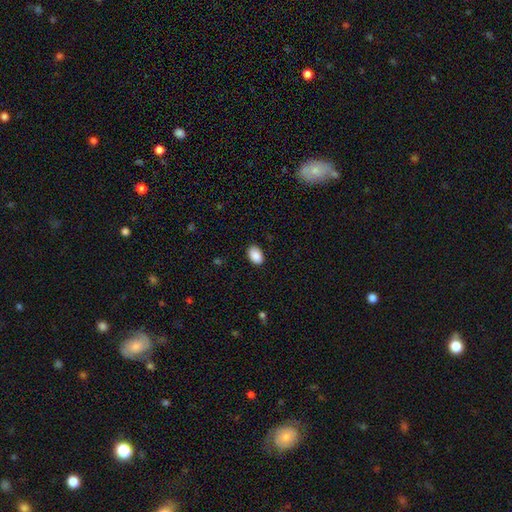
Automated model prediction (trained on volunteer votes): Smooth or featured? smooth (90%)
How rounded? in between (88%)
Merging? none (88%)